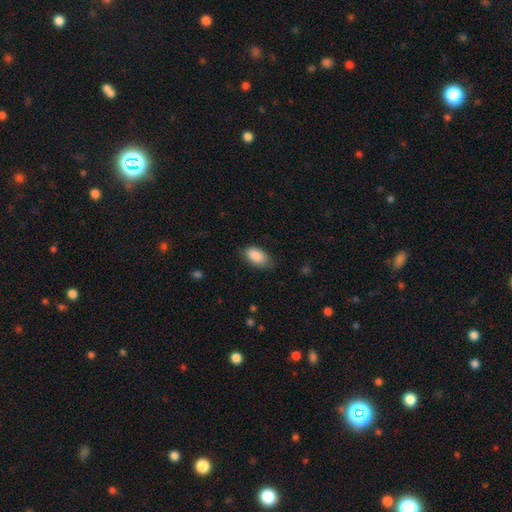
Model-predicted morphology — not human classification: Smooth or featured?
  - smooth: 88% *
  - star or artifact: 6%
  - featured or disk: 5%
How rounded?
  - in between: 94% *
  - round: 3%
  - cigar-shaped: 3%
Merging?
  - none: 77% *
  - minor disturbance: 18%
  - major disturbance: 3%
  - merger: 1%